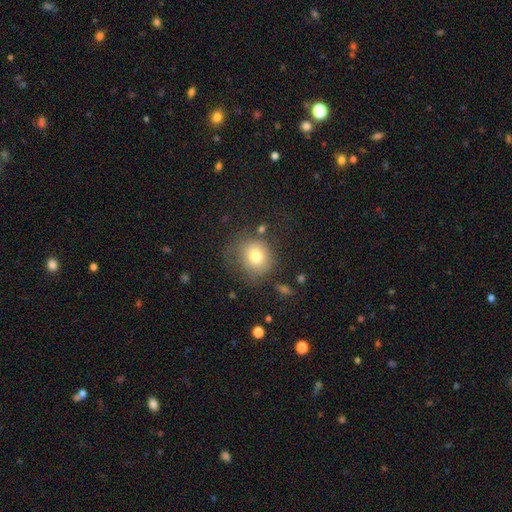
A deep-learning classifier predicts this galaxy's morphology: This is likely a smooth galaxy (74%). How rounded: likely round (78%). Merging: possibly none (58%).